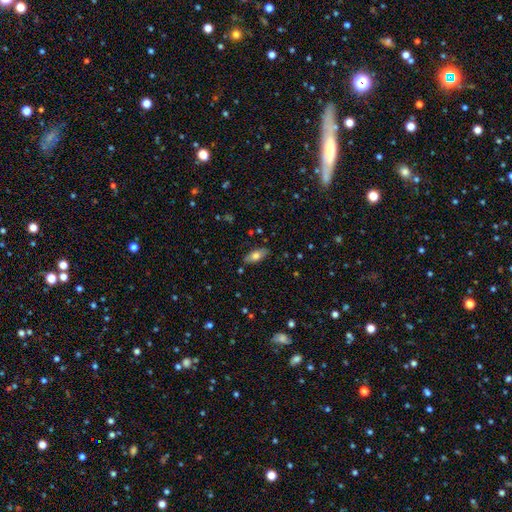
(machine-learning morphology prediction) Smooth or featured?
  - smooth: 71% *
  - featured or disk: 22%
  - star or artifact: 7%
How rounded?
  - in between: 83% *
  - cigar-shaped: 14%
  - round: 3%
Merging?
  - none: 84% *
  - minor disturbance: 12%
  - major disturbance: 2%
  - merger: 2%